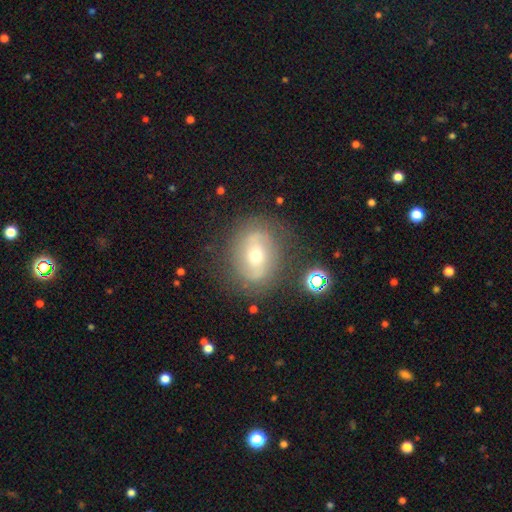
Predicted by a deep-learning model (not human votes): Morphology: type=featured or disk (61%); edge-on=no (94%); bar=no (38%); spiral arms=yes (69%); bulge=moderate (58%); merging=none (77%).